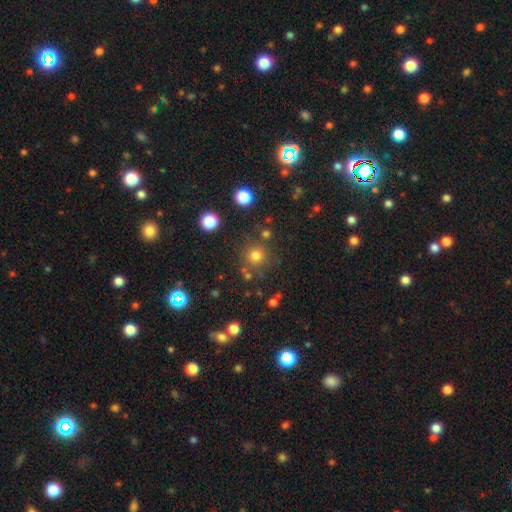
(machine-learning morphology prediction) smooth_or_featured: smooth (p=0.77) [alt: star or artifact p=0.17]
how_rounded: round (p=0.93) [alt: in between p=0.06]
merging: none (p=0.80) [alt: minor disturbance p=0.09]